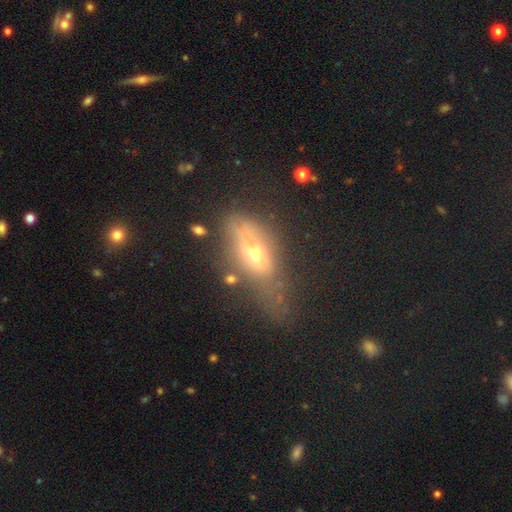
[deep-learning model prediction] Smooth or featured: smooth — 45% (featured or disk — 41%)
Merging: major disturbance — 35% (none — 31%)